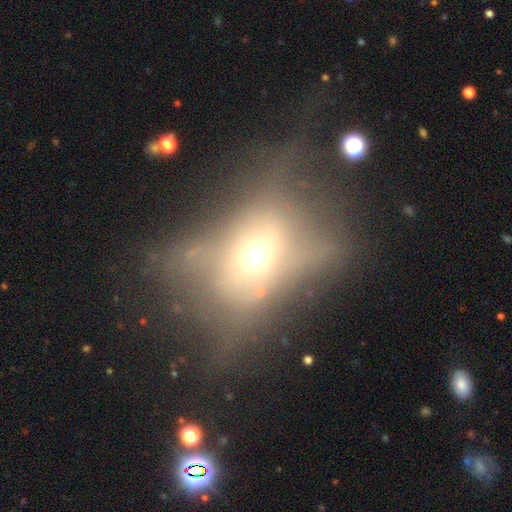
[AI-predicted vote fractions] This is marginally a smooth galaxy (44%). Merging: marginally major disturbance (45%).